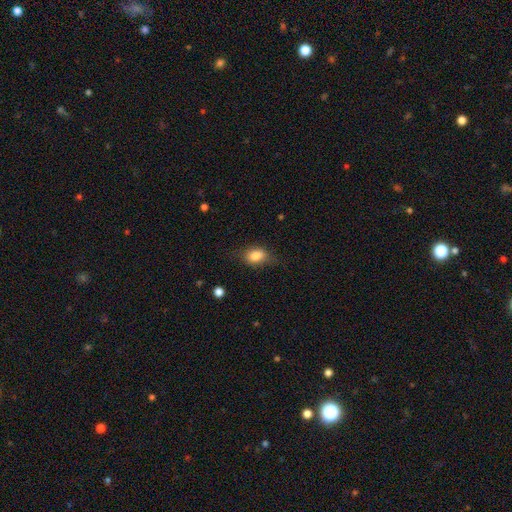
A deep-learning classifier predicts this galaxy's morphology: Overall: smooth (82%). How rounded: in between (76%). Merging: none (67%).